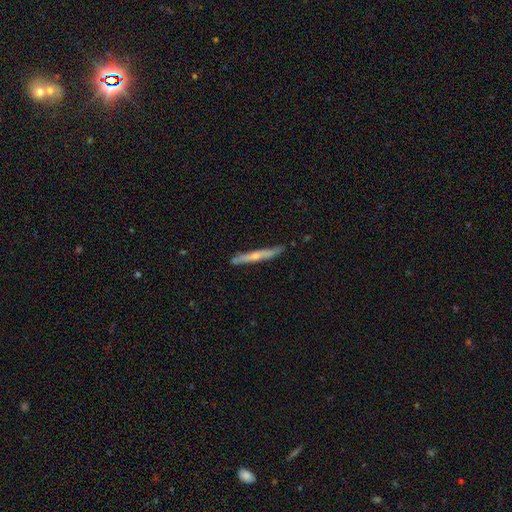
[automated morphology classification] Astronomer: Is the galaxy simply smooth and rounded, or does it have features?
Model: featured or disk — 55% (runner-up: smooth, 39%).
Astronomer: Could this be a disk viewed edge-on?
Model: yes — 95%.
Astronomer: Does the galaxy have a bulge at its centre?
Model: rounded — 64%.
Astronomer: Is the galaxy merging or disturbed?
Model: none — 85%.